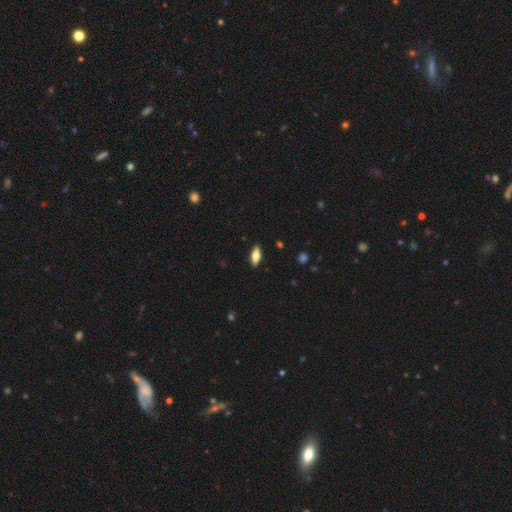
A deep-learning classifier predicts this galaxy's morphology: This appears to be a smooth galaxy with no disk features (65%) that is in between round and cigar-shaped (68%). Merging: none (89%).